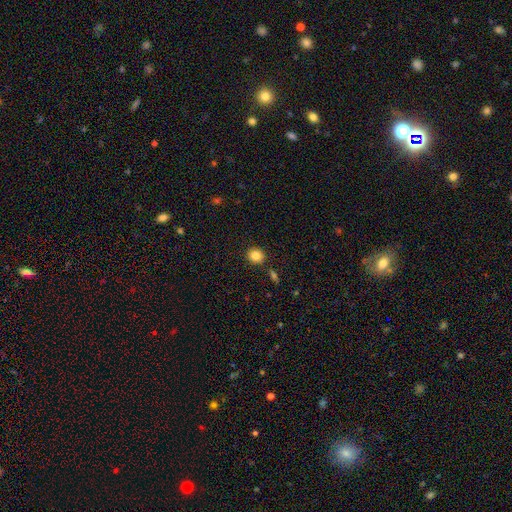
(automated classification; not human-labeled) Smooth or featured?
  - smooth: 85% *
  - star or artifact: 10%
  - featured or disk: 5%
How rounded?
  - round: 79% *
  - in between: 20%
  - cigar-shaped: 1%
Merging?
  - none: 87% *
  - minor disturbance: 7%
  - merger: 4%
  - major disturbance: 2%